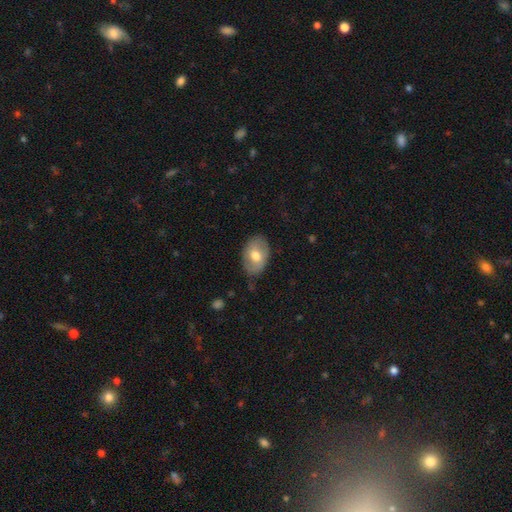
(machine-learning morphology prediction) This appears to be a smooth galaxy with no disk features (63%) that is in between round and cigar-shaped (86%). Merging: none (78%).